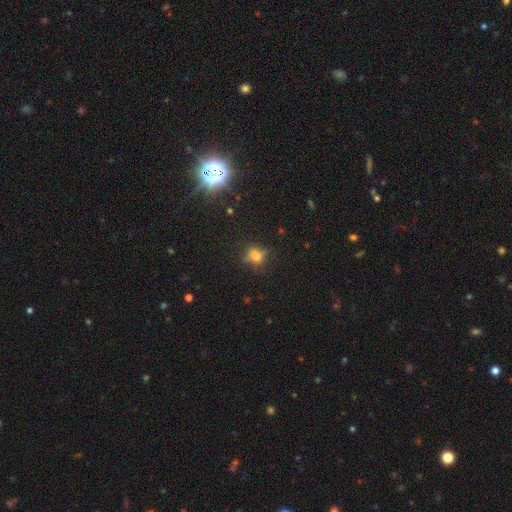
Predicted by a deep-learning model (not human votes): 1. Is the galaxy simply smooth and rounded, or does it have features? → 58% smooth, 22% star or artifact, 20% featured or disk.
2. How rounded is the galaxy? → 63% round, 33% in between, 3% cigar-shaped.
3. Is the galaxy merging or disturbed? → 66% none, 20% minor disturbance, 10% major disturbance, 4% merger.